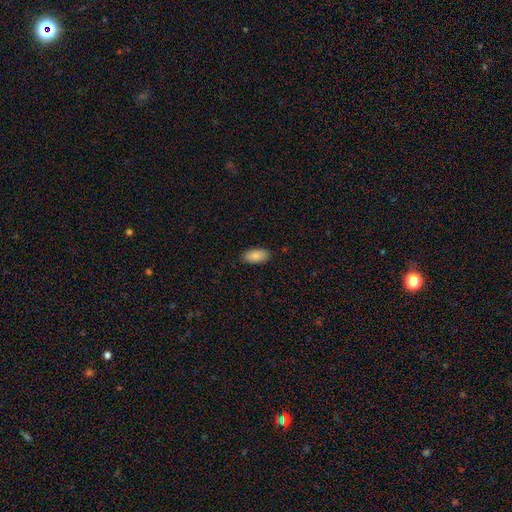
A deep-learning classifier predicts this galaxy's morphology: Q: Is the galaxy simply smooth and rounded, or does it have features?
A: smooth — 88%.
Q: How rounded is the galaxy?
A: in between — 93%.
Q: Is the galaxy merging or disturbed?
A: none — 88%.